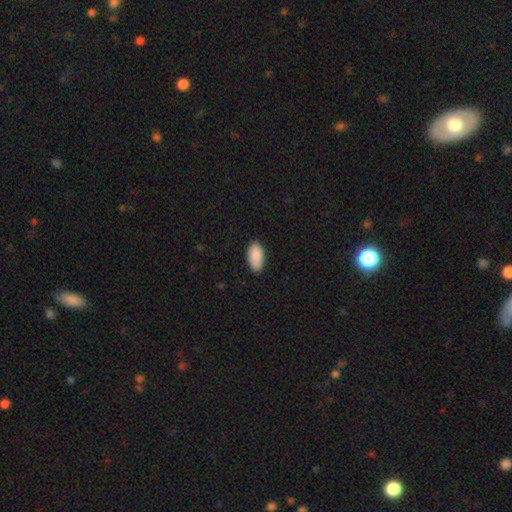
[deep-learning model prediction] A smooth galaxy with no disk features (89%) that is in between round and cigar-shaped (94%). Merging: none (80%).